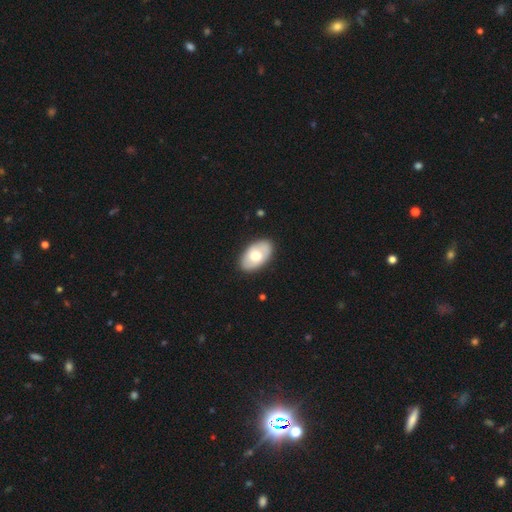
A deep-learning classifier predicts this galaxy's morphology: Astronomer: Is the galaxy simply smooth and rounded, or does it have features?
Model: smooth — 61%.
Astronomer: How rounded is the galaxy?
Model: in between — 93%.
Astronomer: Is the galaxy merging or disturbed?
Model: none — 87%.